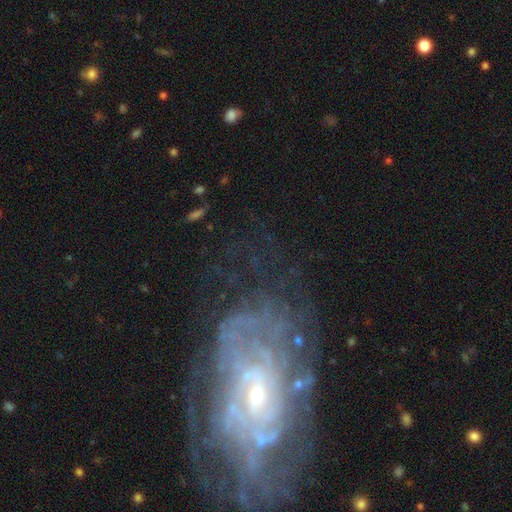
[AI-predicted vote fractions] This appears to be a featured or disk galaxy (79%) with no bar (59%), tight (67%) spiral arms (82%) and a small central bulge (66%). Merging: none (63%).